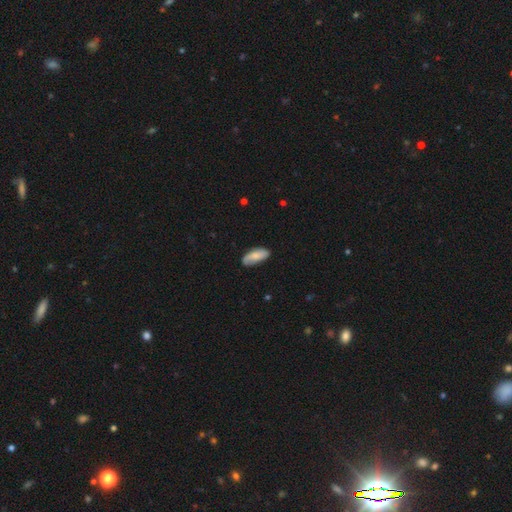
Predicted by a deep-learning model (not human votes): Smooth or featured?
  - smooth: 72% *
  - featured or disk: 22%
  - star or artifact: 6%
How rounded?
  - in between: 82% *
  - cigar-shaped: 16%
  - round: 2%
Merging?
  - none: 75% *
  - minor disturbance: 20%
  - major disturbance: 4%
  - merger: 1%